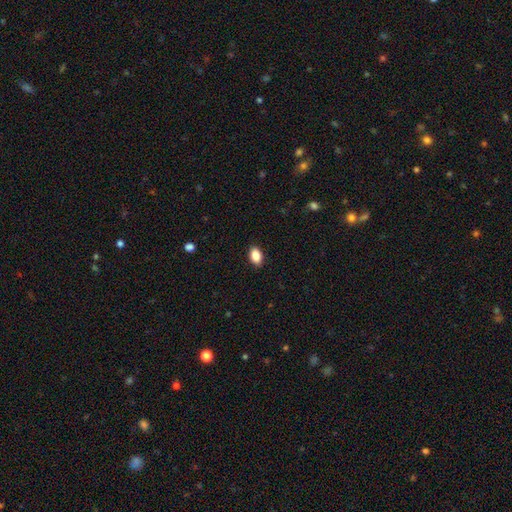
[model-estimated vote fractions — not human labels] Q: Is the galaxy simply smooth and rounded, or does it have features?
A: smooth — 87%.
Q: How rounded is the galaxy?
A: in between — 89%.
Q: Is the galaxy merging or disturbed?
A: none — 90%.